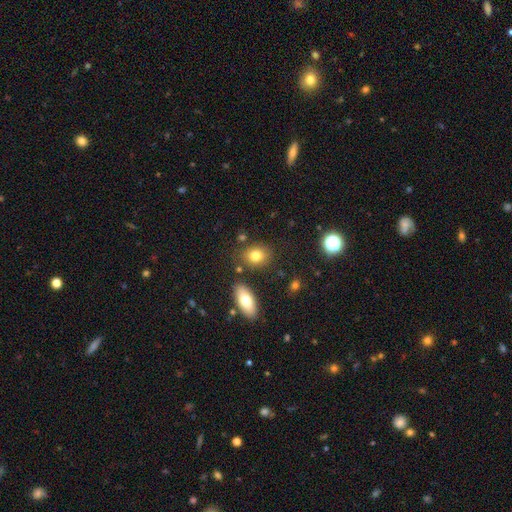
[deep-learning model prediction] The model was most divided on "how rounded": in between: 58%, round: 40%, cigar-shaped: 2%. More confident: smooth or featured — smooth (79%); merging — none (77%).